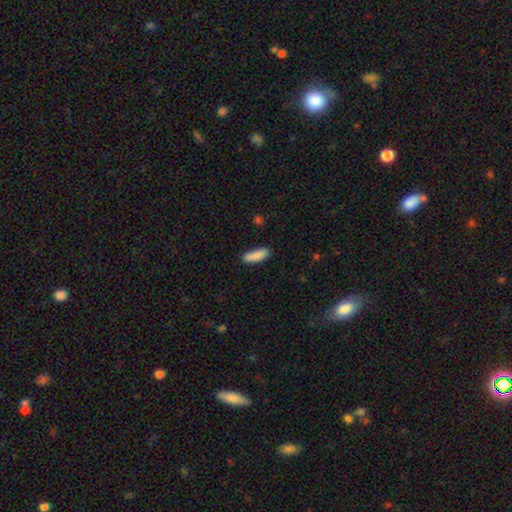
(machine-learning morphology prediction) type=smooth (87%); roundness=in between (57%); merging=none (77%).